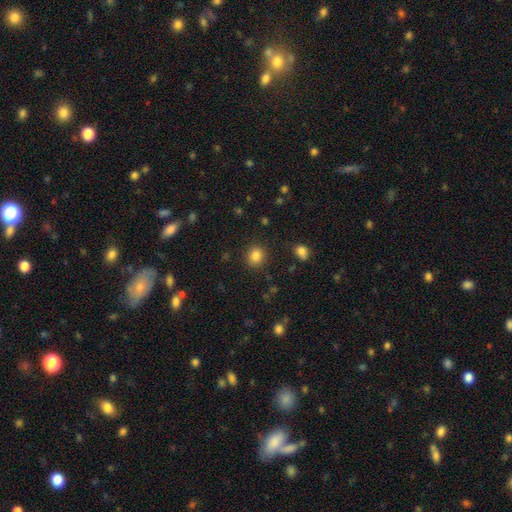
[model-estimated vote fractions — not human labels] Morphology: type=smooth (84%); roundness=round (83%); merging=none (89%).